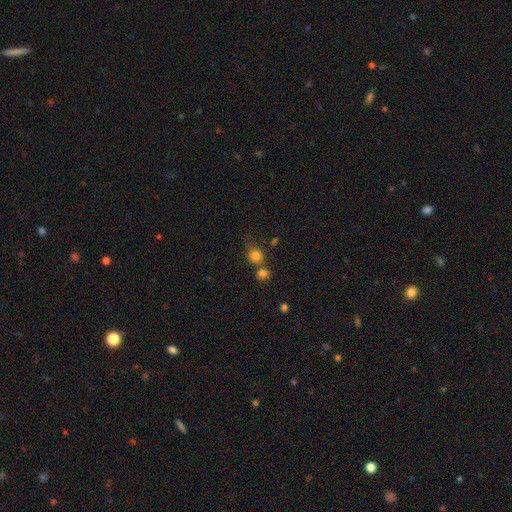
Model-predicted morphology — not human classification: smooth 80%, star or artifact 13%, featured or disk 7%. Down the decision tree: how rounded — round (83%); merging — none (52%).